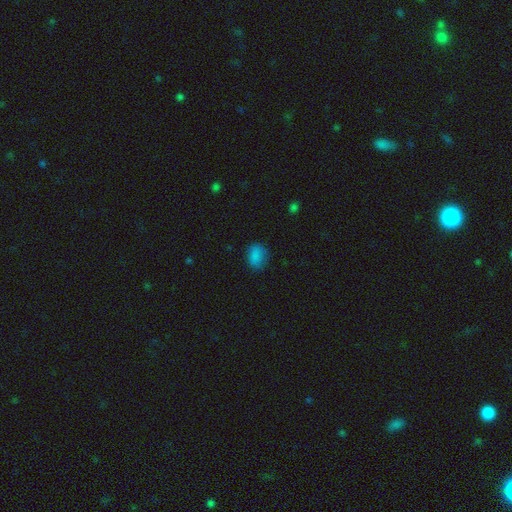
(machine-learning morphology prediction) Smooth or featured? Predicted: smooth (p=0.84). How rounded? Predicted: in between (p=0.68). Merging? Predicted: none (p=0.76).